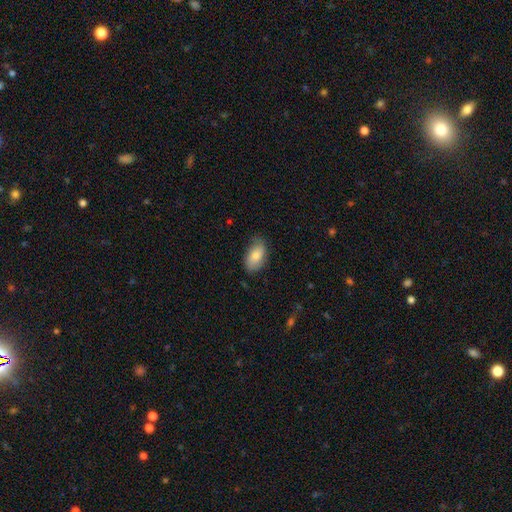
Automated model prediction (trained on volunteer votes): smooth_or_featured: smooth (p=0.78) [alt: featured or disk p=0.16]
how_rounded: in between (p=0.93) [alt: round p=0.05]
merging: none (p=0.74) [alt: minor disturbance p=0.21]